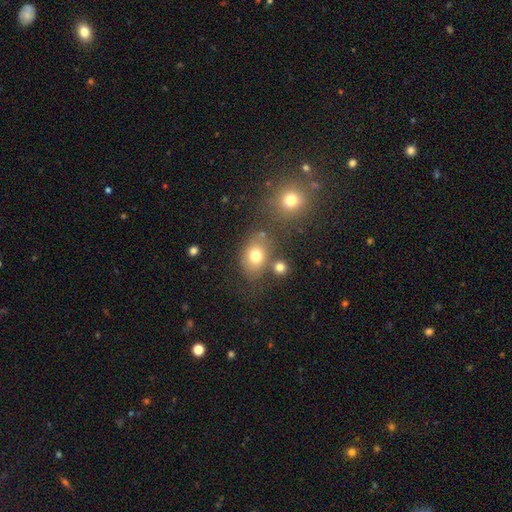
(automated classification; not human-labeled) Smooth or featured?
  - smooth: 74% *
  - star or artifact: 14%
  - featured or disk: 12%
How rounded?
  - in between: 57% *
  - round: 42%
  - cigar-shaped: 1%
Merging?
  - none: 64% *
  - merger: 15%
  - minor disturbance: 14%
  - major disturbance: 6%